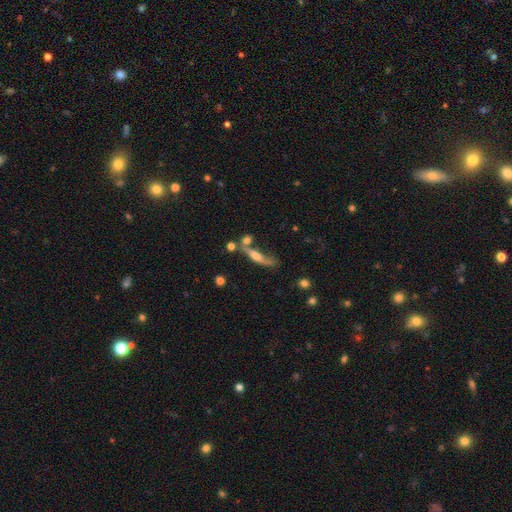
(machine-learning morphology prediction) This is possibly a featured or disk galaxy (56%). It is likely viewed edge-on (75%). Merging: marginally none (43%).